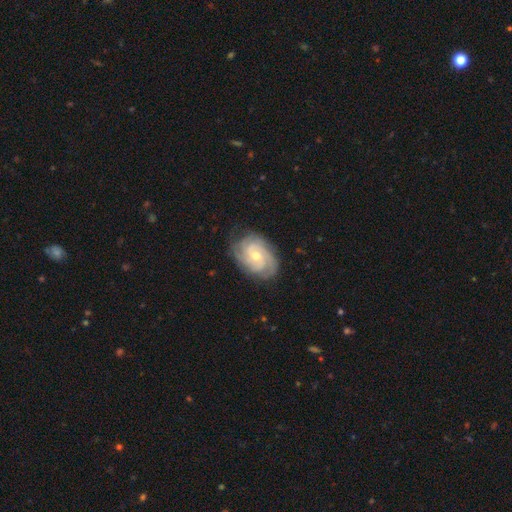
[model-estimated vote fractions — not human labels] featured or disk 84%, smooth 10%, star or artifact 6%. Down the decision tree: edge-on disk — no (97%); bar — no (64%); spiral arms — yes (97%); spiral arm count — 3 (28%); spiral winding — tight (69%); bulge size — small (51%); merging — none (80%).